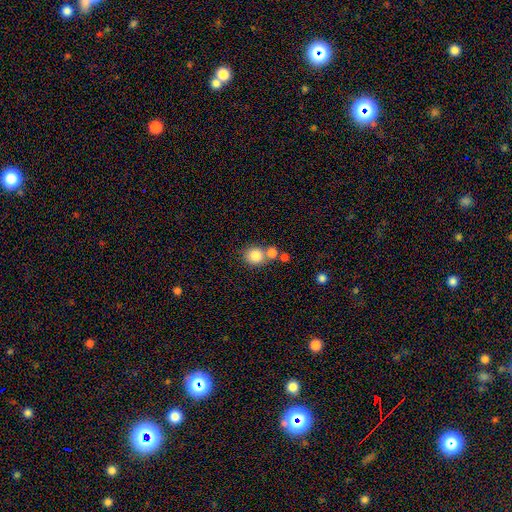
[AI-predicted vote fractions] A smooth galaxy with no disk features (83%) that is round (82%).

Vote fractions:
- Smooth or featured? smooth: 83% / star or artifact: 10% / featured or disk: 8%
- How rounded? round: 82% / in between: 17% / cigar-shaped: 1%
- Merging? none: 56% / merger: 31% / minor disturbance: 9% / major disturbance: 3%